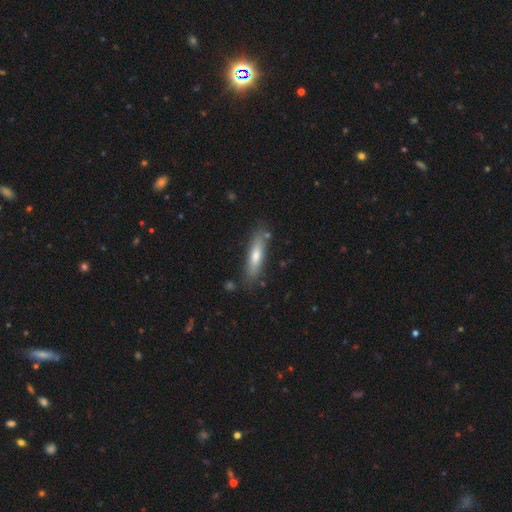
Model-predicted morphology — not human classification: Overall: smooth (64%; featured or disk 29%). How rounded: cigar-shaped (74%). Merging: none (81%).